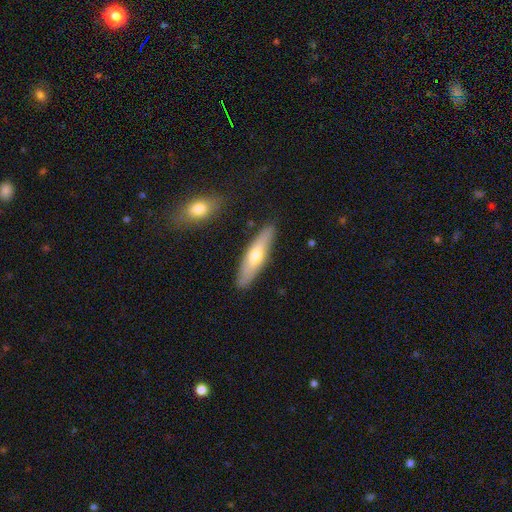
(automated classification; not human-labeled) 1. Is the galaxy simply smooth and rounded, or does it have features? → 52% smooth, 42% featured or disk, 5% star or artifact.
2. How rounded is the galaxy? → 69% cigar-shaped, 29% in between, 2% round.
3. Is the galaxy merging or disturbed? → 87% none, 10% minor disturbance, 2% merger, 2% major disturbance.